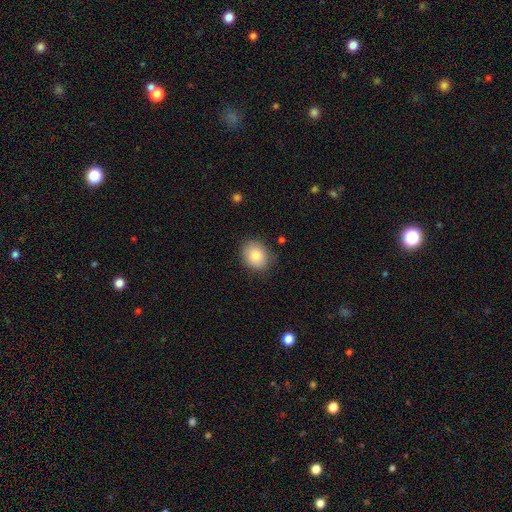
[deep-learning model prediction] smooth-or-featured: smooth: 84% | star or artifact: 8% | featured or disk: 7%
  how-rounded: round: 61% | in between: 38% | cigar-shaped: 1%
  merging: none: 84% | minor disturbance: 12% | major disturbance: 3% | merger: 1%